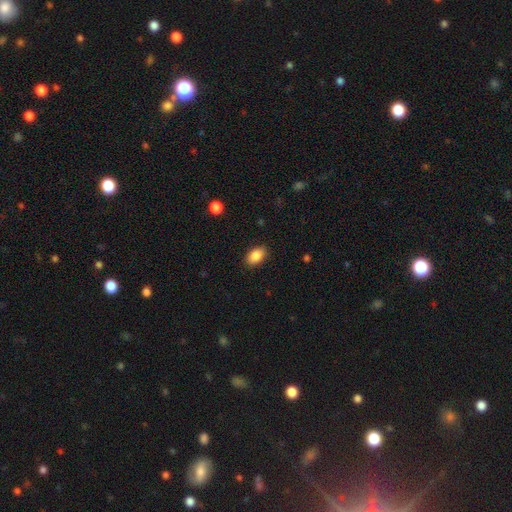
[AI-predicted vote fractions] smooth_or_featured: smooth (p=0.87) [alt: star or artifact p=0.08]
how_rounded: in between (p=0.90) [alt: round p=0.08]
merging: none (p=0.87) [alt: minor disturbance p=0.10]